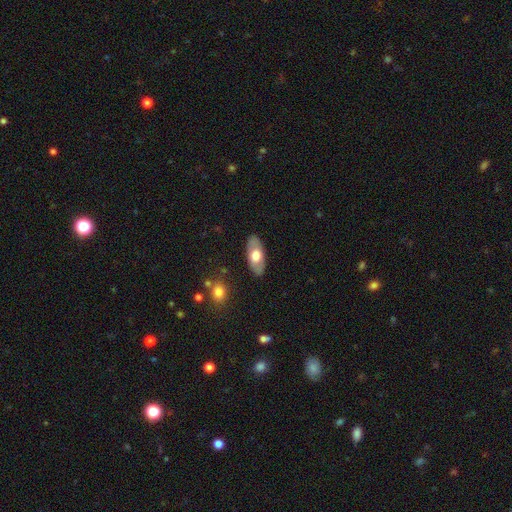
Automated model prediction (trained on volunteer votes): Smooth or featured?
  - smooth: 56% *
  - featured or disk: 39%
  - star or artifact: 5%
How rounded?
  - in between: 89% *
  - cigar-shaped: 7%
  - round: 4%
Merging?
  - none: 85% *
  - minor disturbance: 11%
  - major disturbance: 3%
  - merger: 1%